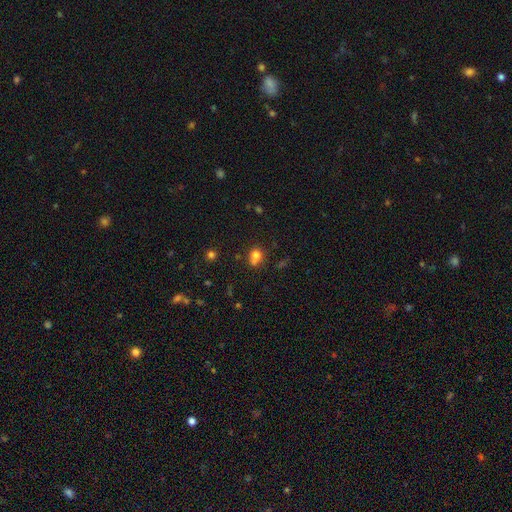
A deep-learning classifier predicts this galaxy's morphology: Smooth or featured? Predicted: smooth (p=0.76). How rounded? Predicted: round (p=0.63). Merging? Predicted: none (p=0.48).